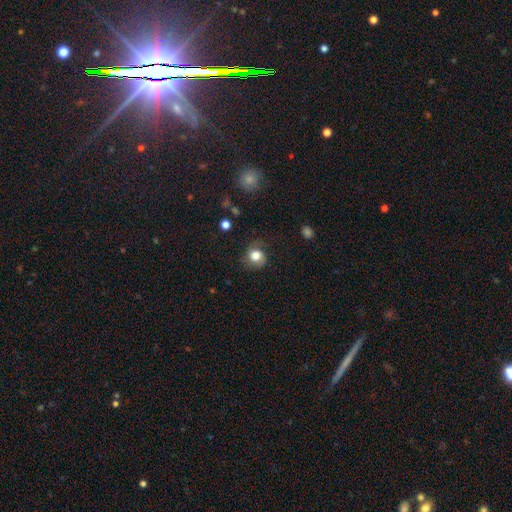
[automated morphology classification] Q: Smooth or featured?
A: smooth (71%); runner-up: featured or disk (19%)
Q: How rounded?
A: round (76%); runner-up: in between (23%)
Q: Merging?
A: none (63%); runner-up: minor disturbance (22%)